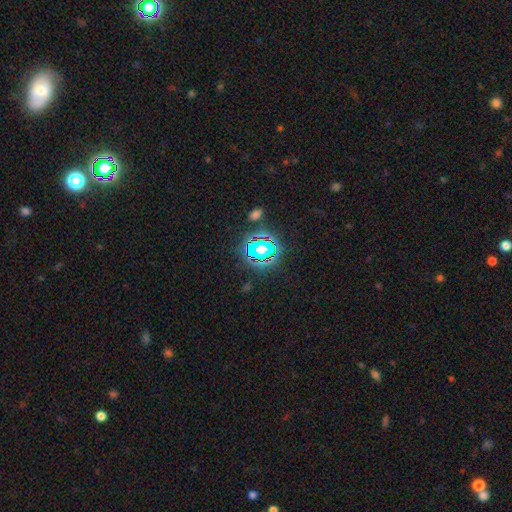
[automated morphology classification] Smooth or featured? Predicted: star or artifact (p=0.79).